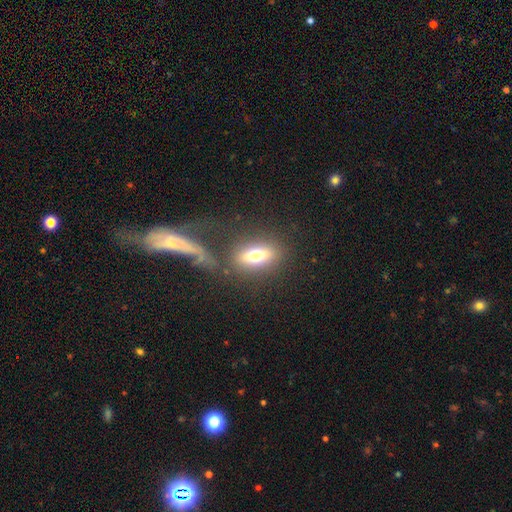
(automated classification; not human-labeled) Morphology: type=smooth (64%); roundness=in between (72%); merging=none (72%).